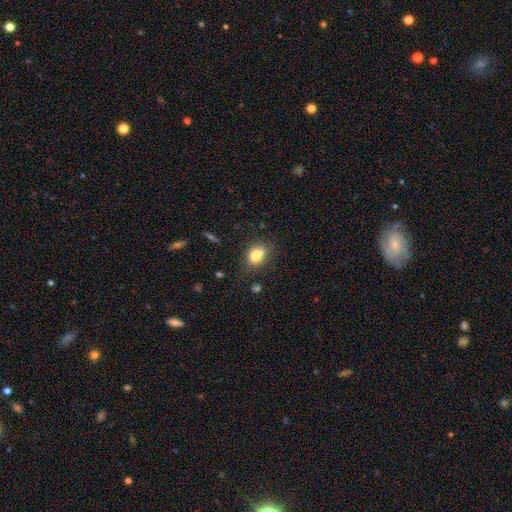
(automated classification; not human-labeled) Smooth or featured?
  - smooth: 75% *
  - featured or disk: 13%
  - star or artifact: 11%
How rounded?
  - round: 51% *
  - in between: 48%
  - cigar-shaped: 1%
Merging?
  - none: 56% *
  - merger: 20%
  - minor disturbance: 18%
  - major disturbance: 6%